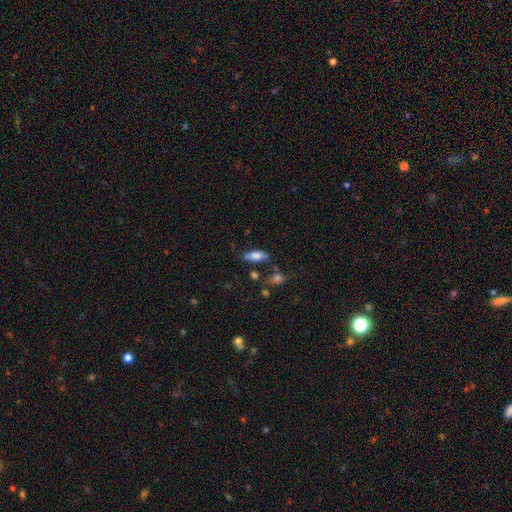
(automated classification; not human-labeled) Smooth or featured: smooth — 78% (featured or disk — 15%)
How rounded: in between — 81% (cigar-shaped — 16%)
Merging: none — 63% (minor disturbance — 23%)